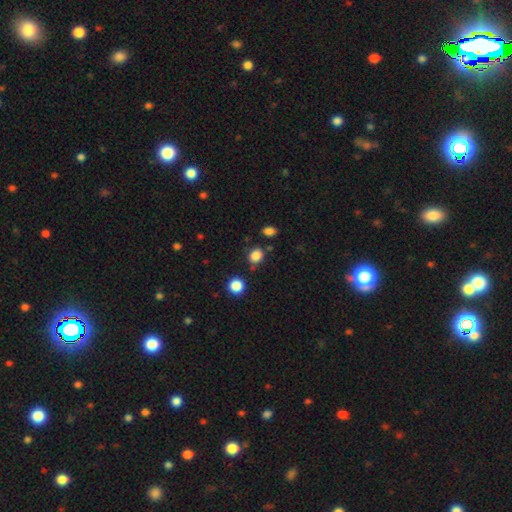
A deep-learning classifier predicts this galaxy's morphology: Smooth or featured? smooth (83%)
How rounded? round (61%)
Merging? none (79%)